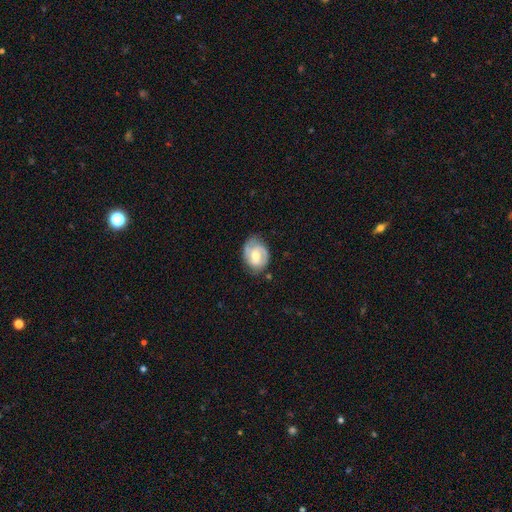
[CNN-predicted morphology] This appears to be a featured or disk galaxy (71%) with a weak bar (47%), 2 (74%) tight (46%) spiral arms (89%) and a moderate central bulge (64%). Merging: none (69%).